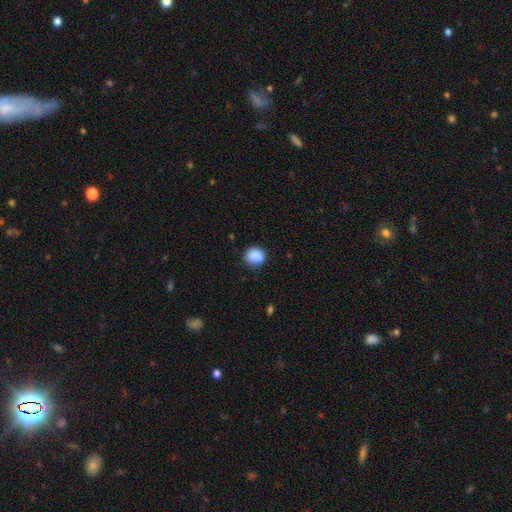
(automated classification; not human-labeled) Smooth or featured? Predicted: smooth (p=0.86). How rounded? Predicted: round (p=0.79). Merging? Predicted: none (p=0.73).